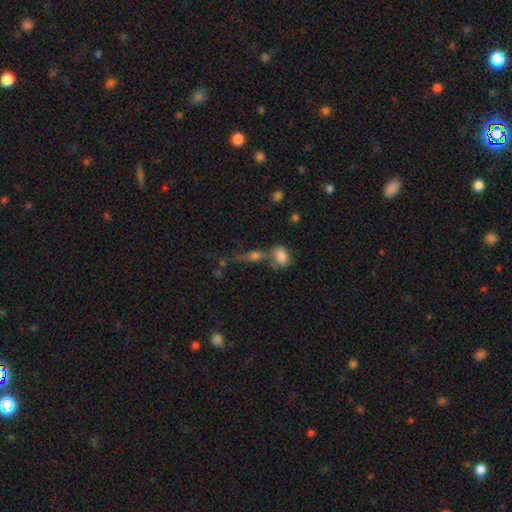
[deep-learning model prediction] A smooth galaxy with no disk features (53%) that is in between round and cigar-shaped (64%).

Vote fractions:
- Smooth or featured? smooth: 53% / star or artifact: 25% / featured or disk: 22%
- How rounded? in between: 64% / round: 20% / cigar-shaped: 16%
- Merging? none: 43% / merger: 39% / minor disturbance: 11% / major disturbance: 7%